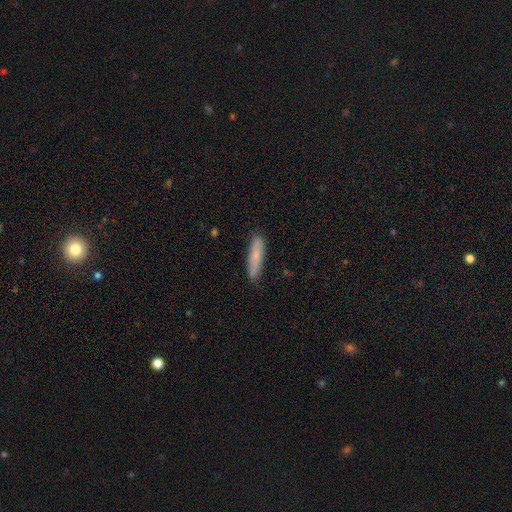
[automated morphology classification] This is likely a smooth galaxy (73%). How rounded: clearly cigar-shaped (83%). Merging: clearly none (85%).